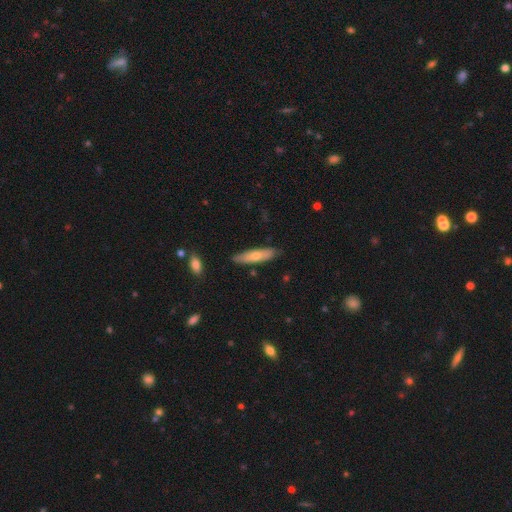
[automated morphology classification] Q: Smooth or featured?
A: smooth (59%); runner-up: featured or disk (35%)
Q: How rounded?
A: cigar-shaped (73%); runner-up: in between (25%)
Q: Merging?
A: none (84%); runner-up: minor disturbance (12%)